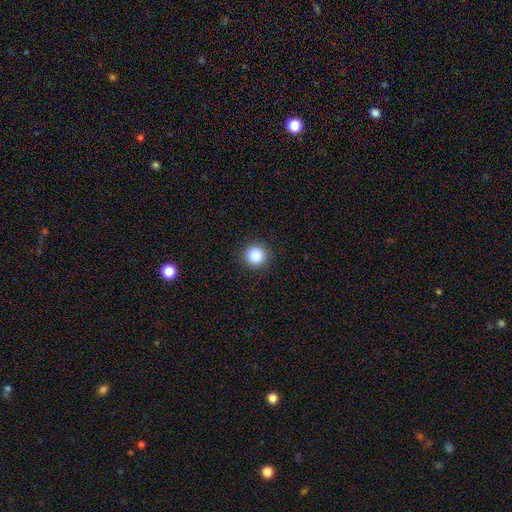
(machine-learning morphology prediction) Q: Smooth or featured?
A: smooth (86%); runner-up: star or artifact (10%)
Q: How rounded?
A: round (95%); runner-up: in between (4%)
Q: Merging?
A: none (92%); runner-up: minor disturbance (5%)